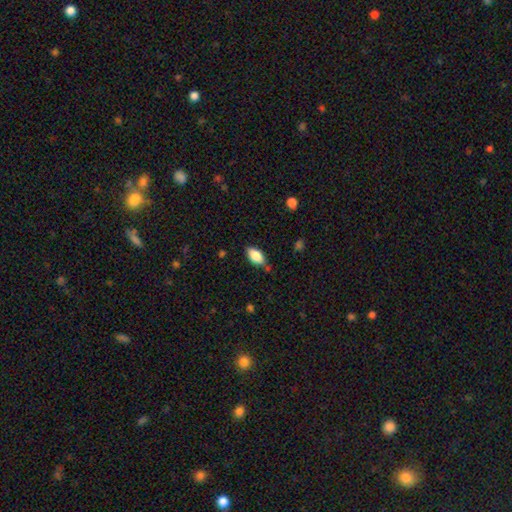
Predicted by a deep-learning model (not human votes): Smooth or featured? smooth (84%)
How rounded? in between (91%)
Merging? none (78%)